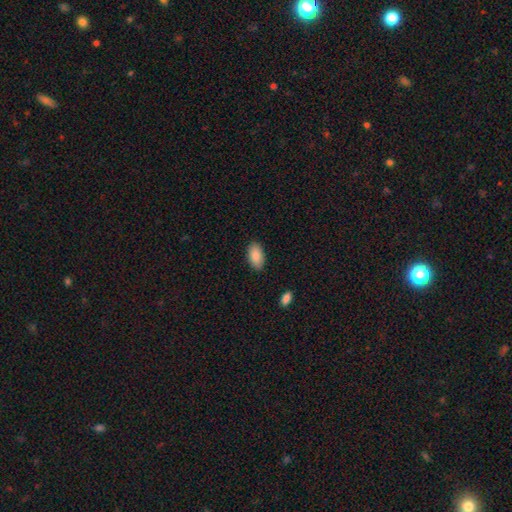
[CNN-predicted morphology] This is clearly a smooth galaxy (88%). How rounded: clearly in between (94%). Merging: clearly none (88%).